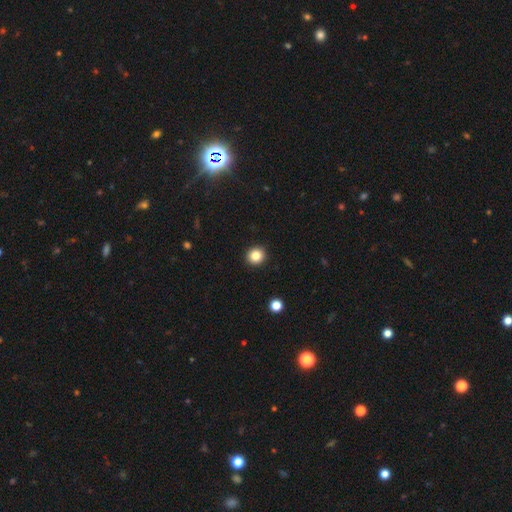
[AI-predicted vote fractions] Q: Smooth or featured?
A: smooth (84%); runner-up: star or artifact (11%)
Q: How rounded?
A: round (86%); runner-up: in between (13%)
Q: Merging?
A: none (93%); runner-up: minor disturbance (5%)